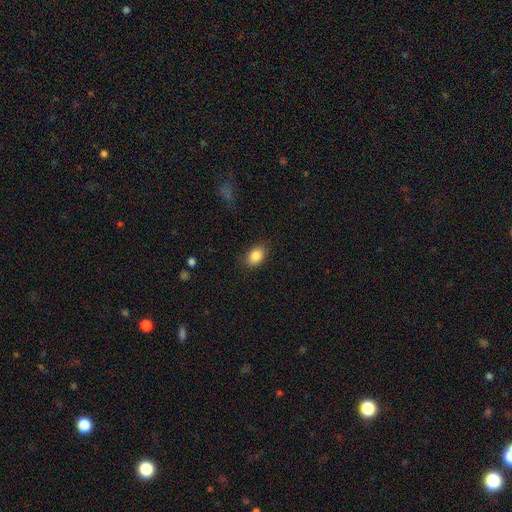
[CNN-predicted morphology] Q: Smooth or featured?
A: smooth (86%); runner-up: star or artifact (8%)
Q: How rounded?
A: in between (78%); runner-up: round (21%)
Q: Merging?
A: none (84%); runner-up: minor disturbance (12%)